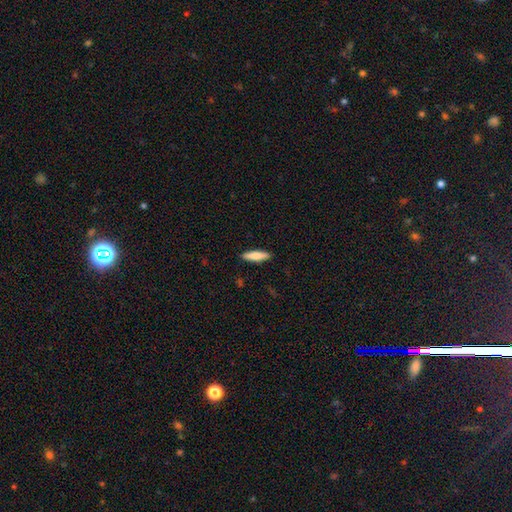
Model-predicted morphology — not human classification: Smooth or featured: smooth — 79% (featured or disk — 16%)
How rounded: cigar-shaped — 63% (in between — 35%)
Merging: none — 90% (minor disturbance — 7%)